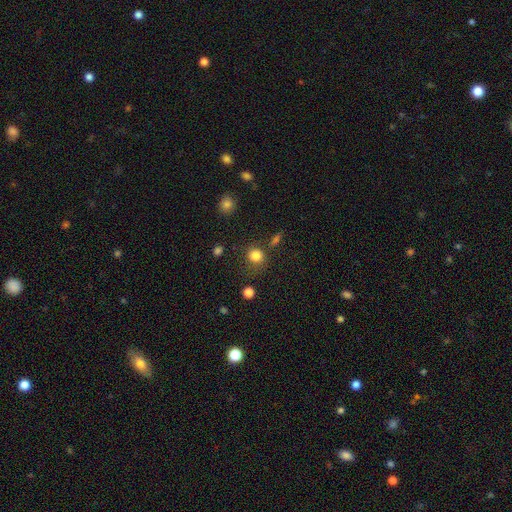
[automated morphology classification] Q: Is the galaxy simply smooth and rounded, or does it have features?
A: smooth — 82%.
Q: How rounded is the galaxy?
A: round — 83%.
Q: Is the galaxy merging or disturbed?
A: none — 69%.